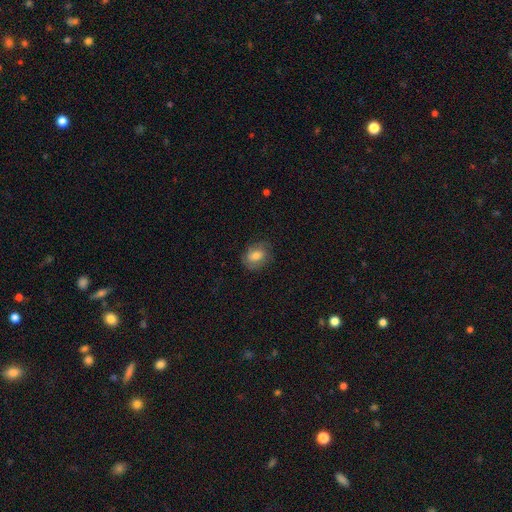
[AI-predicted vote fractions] Smooth or featured? Predicted: smooth (p=0.65). How rounded? Predicted: in between (p=0.60). Merging? Predicted: none (p=0.76).